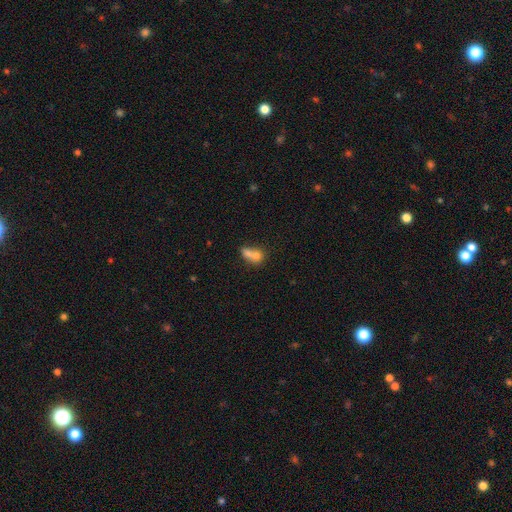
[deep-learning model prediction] smooth 71%, featured or disk 18%, star or artifact 11%. Down the decision tree: how rounded — in between (59%); merging — merger (63%).